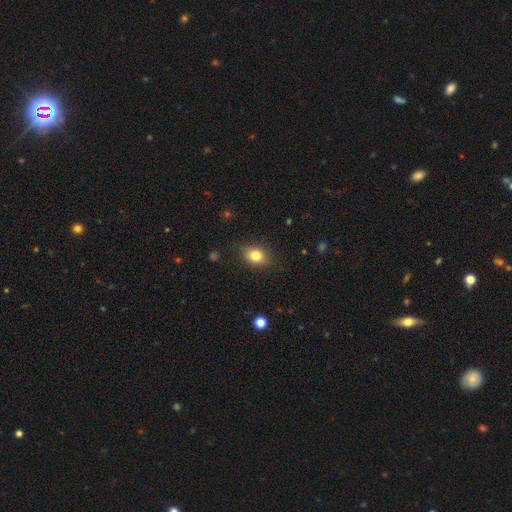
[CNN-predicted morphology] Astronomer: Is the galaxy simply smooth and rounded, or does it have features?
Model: smooth — 81%.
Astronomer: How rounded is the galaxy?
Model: in between — 64%.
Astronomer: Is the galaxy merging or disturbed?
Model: none — 84%.